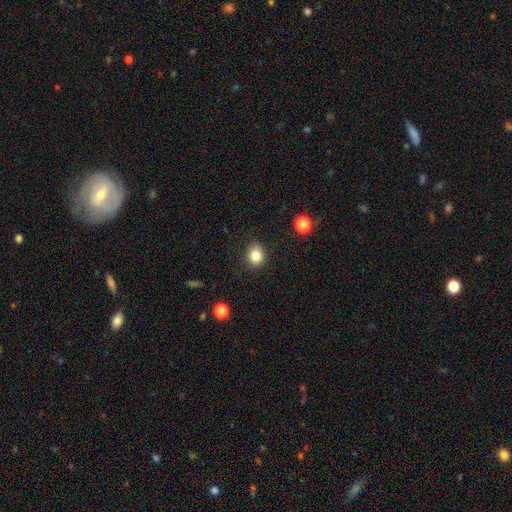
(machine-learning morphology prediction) Smooth or featured? Predicted: smooth (p=0.84). How rounded? Predicted: round (p=0.66). Merging? Predicted: none (p=0.85).